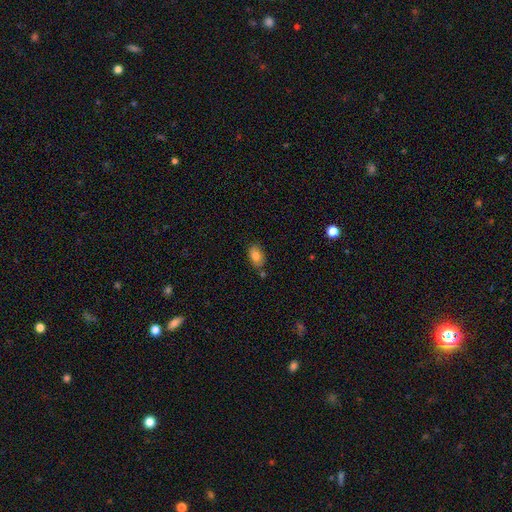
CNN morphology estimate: This appears to be a smooth galaxy with no disk features (82%) that is in between round and cigar-shaped (88%). Merging: none (74%).